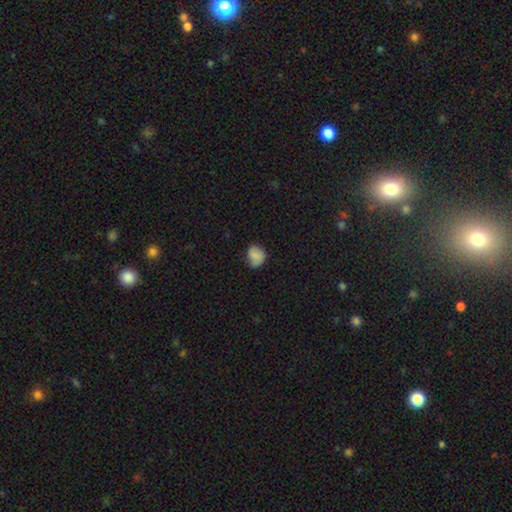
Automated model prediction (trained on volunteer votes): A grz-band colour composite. It shows a smooth galaxy with no disk features (75%) that is round (74%). Merging: none (68%).